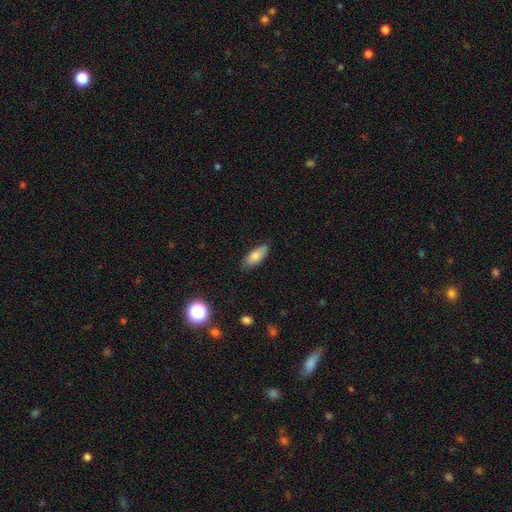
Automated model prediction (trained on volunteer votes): This is likely a smooth galaxy (79%). How rounded: likely in between (78%). Merging: likely none (80%).